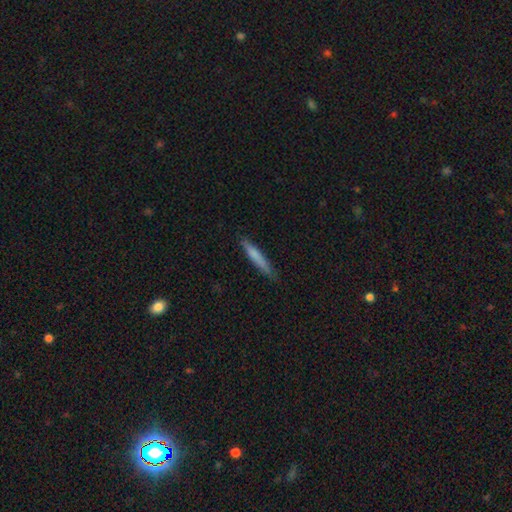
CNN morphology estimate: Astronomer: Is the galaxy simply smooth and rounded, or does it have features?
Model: smooth — 75%.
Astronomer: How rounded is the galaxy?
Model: cigar-shaped — 93%.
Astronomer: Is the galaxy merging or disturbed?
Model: none — 84%.